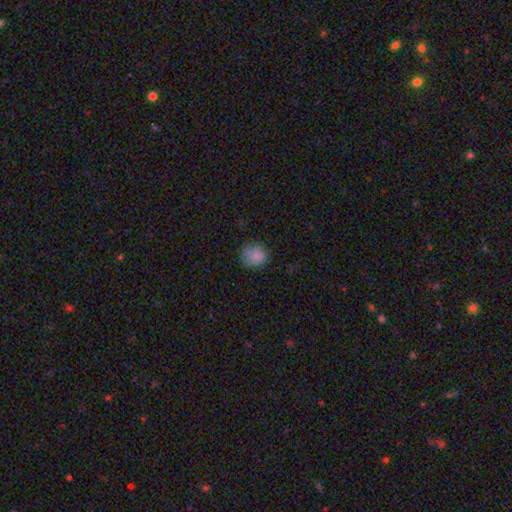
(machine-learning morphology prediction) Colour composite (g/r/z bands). It shows a smooth galaxy with no disk features (85%) that is round (81%). Merging: none (76%).